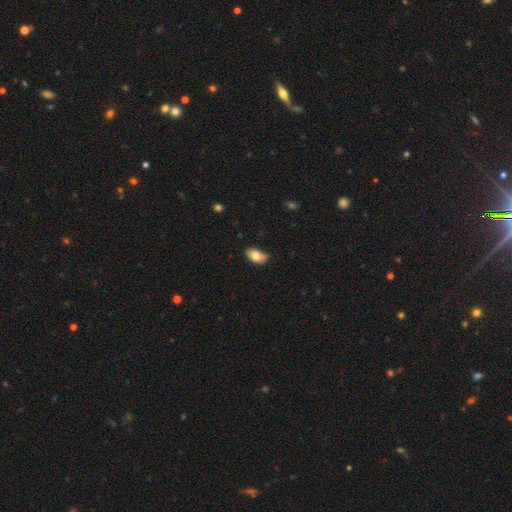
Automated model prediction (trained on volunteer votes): Morphology: type=smooth (80%); roundness=in between (92%); merging=none (76%).